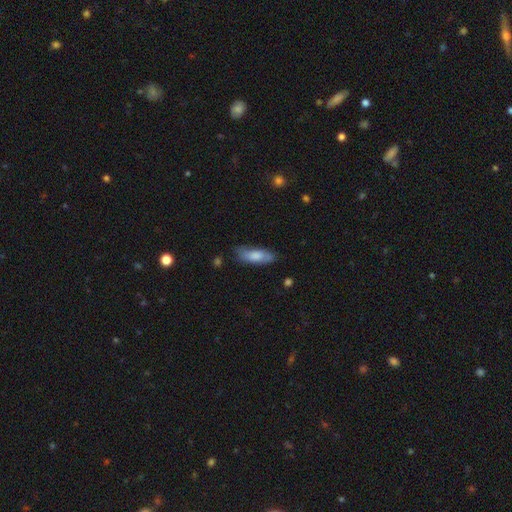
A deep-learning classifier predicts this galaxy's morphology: smooth 74%, featured or disk 20%, star or artifact 6%. Down the decision tree: how rounded — in between (62%); merging — none (70%).